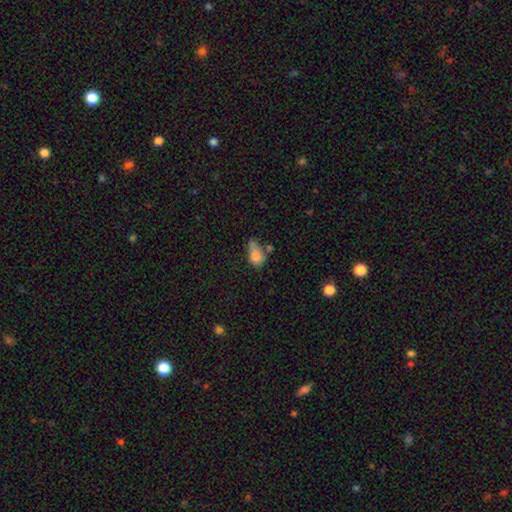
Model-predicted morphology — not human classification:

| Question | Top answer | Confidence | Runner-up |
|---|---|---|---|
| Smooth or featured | smooth | 78% | featured or disk (11%) |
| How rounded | in between | 70% | round (28%) |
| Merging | minor disturbance | 28% | tied: none (28%) |